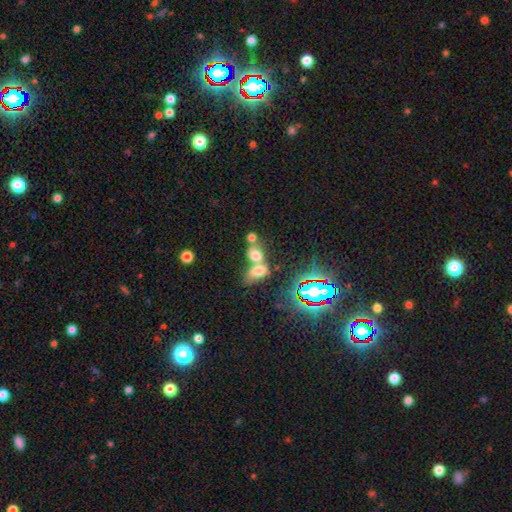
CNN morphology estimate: A smooth galaxy with no disk features (65%) that is in between round and cigar-shaped (66%).

Vote fractions:
- Smooth or featured? smooth: 65% / star or artifact: 19% / featured or disk: 16%
- How rounded? in between: 66% / round: 31% / cigar-shaped: 3%
- Merging? merger: 66% / none: 22% / minor disturbance: 7% / major disturbance: 5%